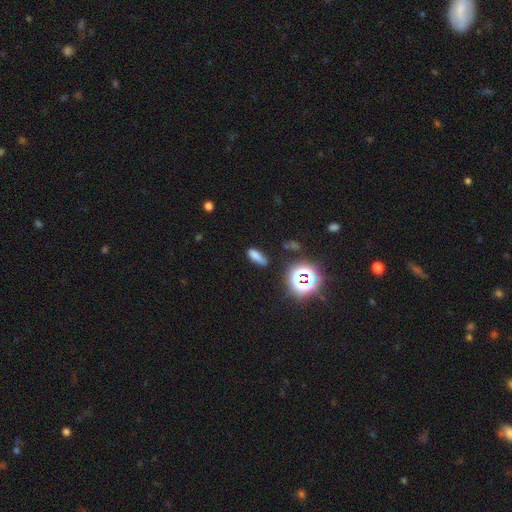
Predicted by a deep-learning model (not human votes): smooth 71%, star or artifact 21%, featured or disk 8%. Down the decision tree: how rounded — in between (54%); merging — none (77%).